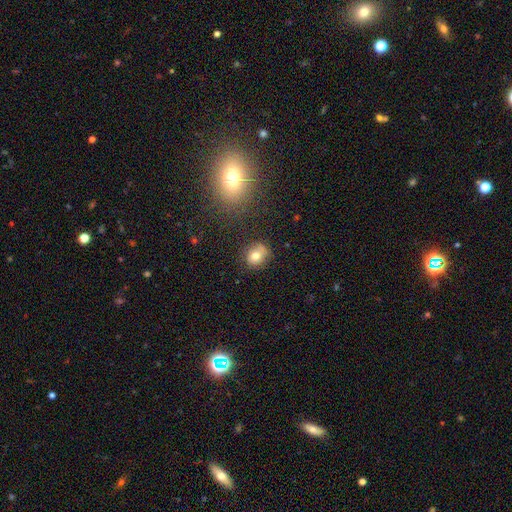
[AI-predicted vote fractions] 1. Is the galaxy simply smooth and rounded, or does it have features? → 73% smooth, 16% featured or disk, 11% star or artifact.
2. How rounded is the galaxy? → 63% round, 36% in between, 1% cigar-shaped.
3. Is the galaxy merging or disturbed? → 67% none, 22% minor disturbance, 7% major disturbance, 4% merger.